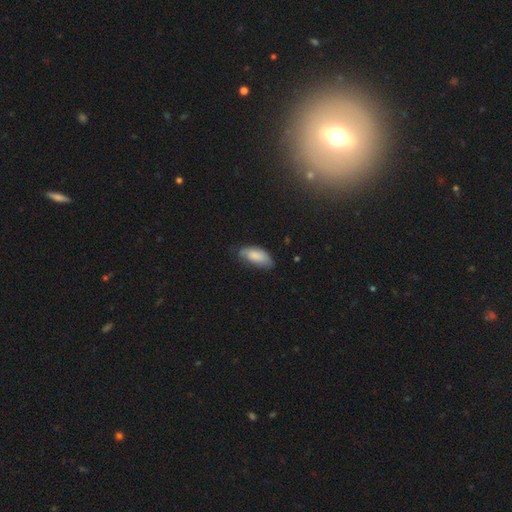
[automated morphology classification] Smooth or featured?
  - smooth: 80% *
  - featured or disk: 14%
  - star or artifact: 6%
How rounded?
  - in between: 89% *
  - cigar-shaped: 9%
  - round: 2%
Merging?
  - none: 55% *
  - minor disturbance: 34%
  - major disturbance: 8%
  - merger: 2%